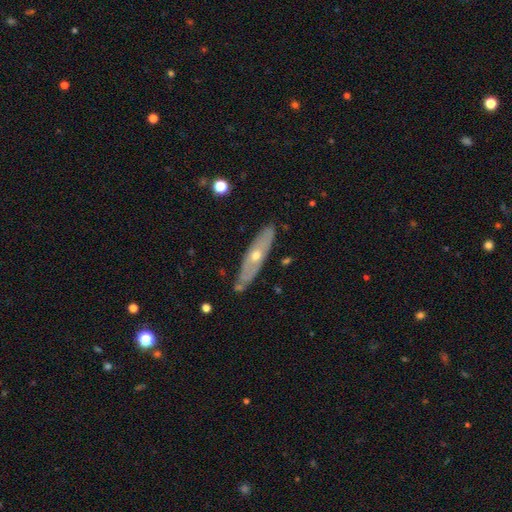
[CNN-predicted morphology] A featured or disk galaxy (60%) viewed edge-on (56%).

Vote fractions:
- Smooth or featured? featured or disk: 60% / smooth: 34% / star or artifact: 6%
- Edge-on disk? yes: 56% / no: 44%
- Merging? none: 78% / minor disturbance: 16% / merger: 3% / major disturbance: 3%